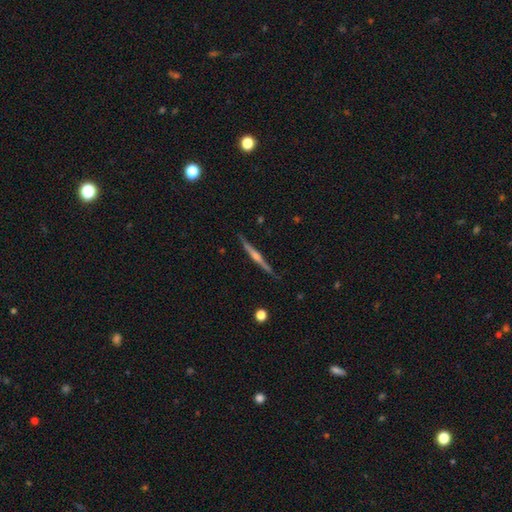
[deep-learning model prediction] This appears to be a featured or disk galaxy (76%) viewed edge-on (98%) with a rounded central bulge (73%). Merging: none (89%).